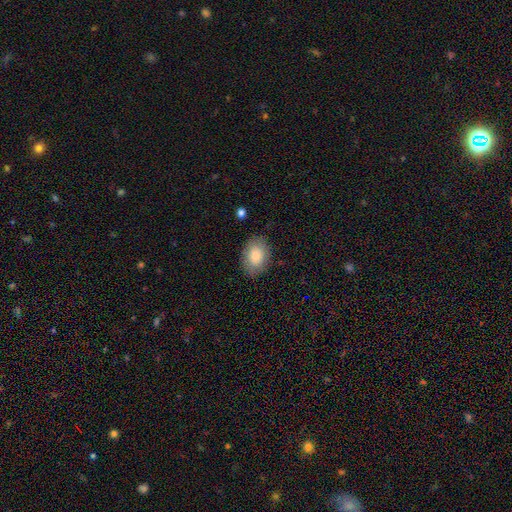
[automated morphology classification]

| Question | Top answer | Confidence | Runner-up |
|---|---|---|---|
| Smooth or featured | smooth | 85% | featured or disk (9%) |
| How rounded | in between | 82% | round (17%) |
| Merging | none | 82% | minor disturbance (13%) |